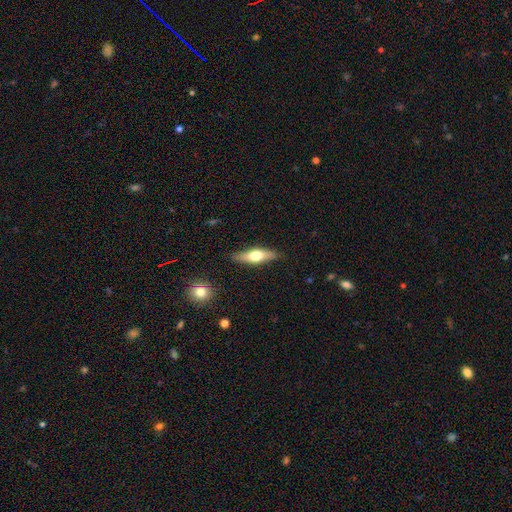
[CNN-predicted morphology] smooth_or_featured: smooth (p=0.50) [alt: featured or disk p=0.44]
how_rounded: cigar-shaped (p=0.54) [alt: in between p=0.43]
merging: none (p=0.85) [alt: minor disturbance p=0.12]